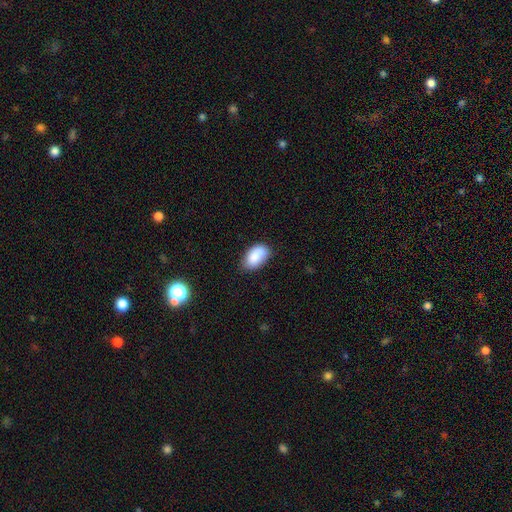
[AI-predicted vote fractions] Smooth or featured? Predicted: smooth (p=0.87). How rounded? Predicted: in between (p=0.93). Merging? Predicted: none (p=0.73).